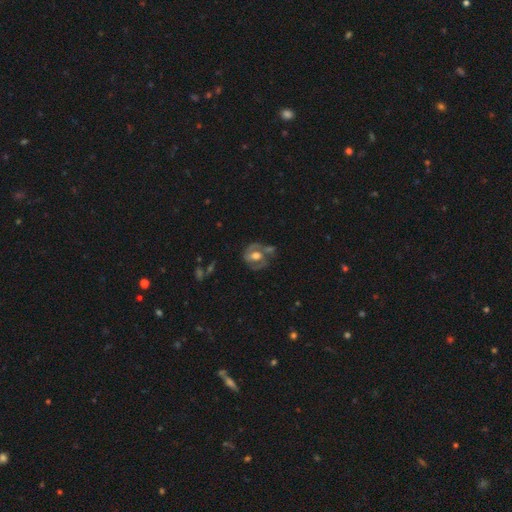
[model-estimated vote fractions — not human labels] The model was most divided on "bar": no: 50%, weak: 35%, strong: 15%. More confident: edge-on disk — no (96%); smooth or featured — featured or disk (65%); spiral arms — yes (64%); bulge size — moderate (55%); merging — none (52%).